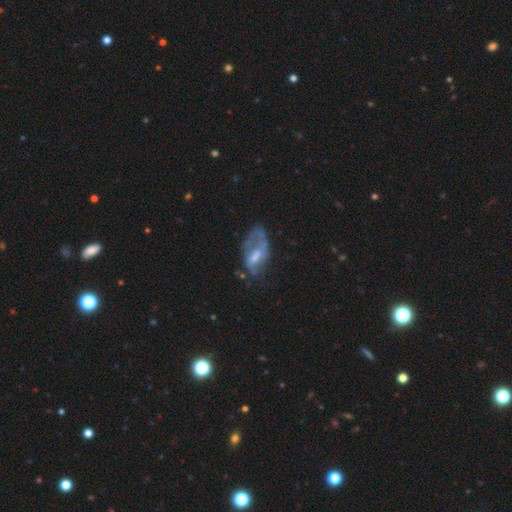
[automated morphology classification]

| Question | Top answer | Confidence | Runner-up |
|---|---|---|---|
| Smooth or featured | featured or disk | 60% | smooth (31%) |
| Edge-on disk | no | 94% | yes (6%) |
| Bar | no | 47% | weak (40%) |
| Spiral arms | yes | 50% | tied: no (50%) |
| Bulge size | moderate | 44% | small (30%) |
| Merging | none | 36% | major disturbance (34%) |